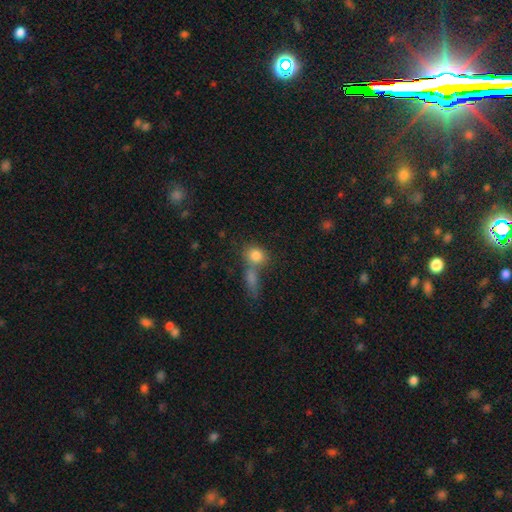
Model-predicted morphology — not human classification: smooth_or_featured: smooth (p=0.81) [alt: star or artifact p=0.10]
how_rounded: round (p=0.69) [alt: in between p=0.28]
merging: none (p=0.45) [alt: merger p=0.39]